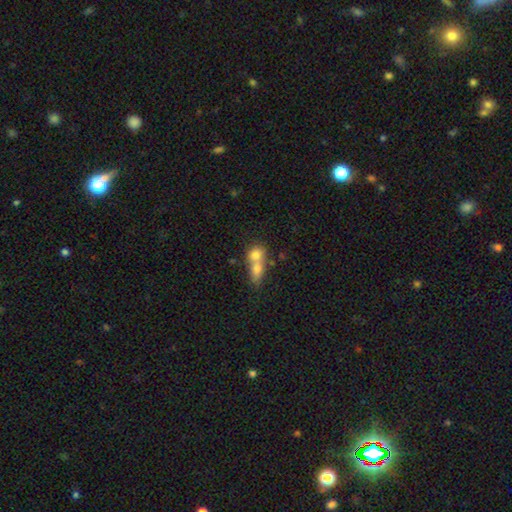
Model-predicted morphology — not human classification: Smooth or featured: smooth — 72% (featured or disk — 19%)
How rounded: round — 53% (in between — 42%)
Merging: merger — 72% (none — 19%)